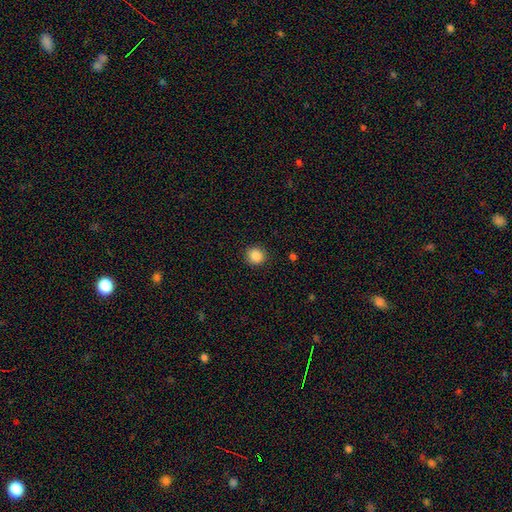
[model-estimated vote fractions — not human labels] Q: Smooth or featured?
A: smooth (87%); runner-up: star or artifact (9%)
Q: How rounded?
A: round (90%); runner-up: in between (9%)
Q: Merging?
A: none (91%); runner-up: minor disturbance (6%)